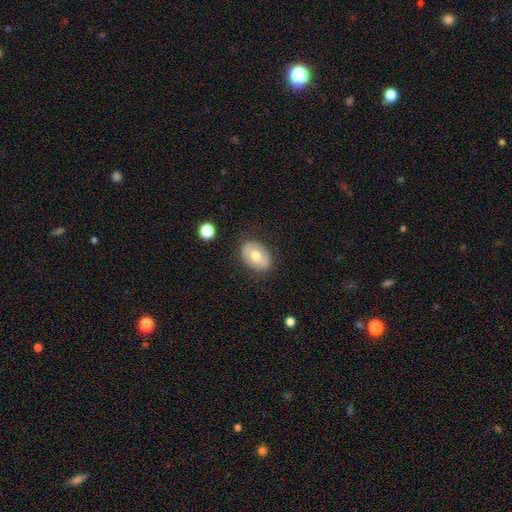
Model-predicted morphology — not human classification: A smooth galaxy with no disk features (59%) that is in between round and cigar-shaped (73%).

Vote fractions:
- Smooth or featured? smooth: 59% / featured or disk: 34% / star or artifact: 7%
- How rounded? in between: 73% / round: 26% / cigar-shaped: 1%
- Merging? none: 82% / minor disturbance: 13% / major disturbance: 4% / merger: 1%